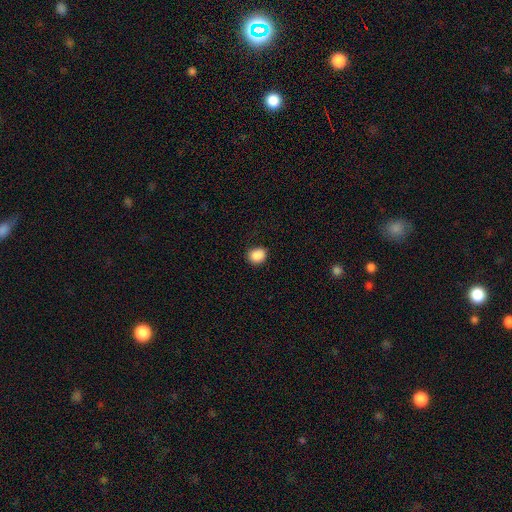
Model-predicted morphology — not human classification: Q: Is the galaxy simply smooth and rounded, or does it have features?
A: smooth — 88%.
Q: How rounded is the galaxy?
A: round — 63%.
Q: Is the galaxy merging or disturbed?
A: none — 84%.